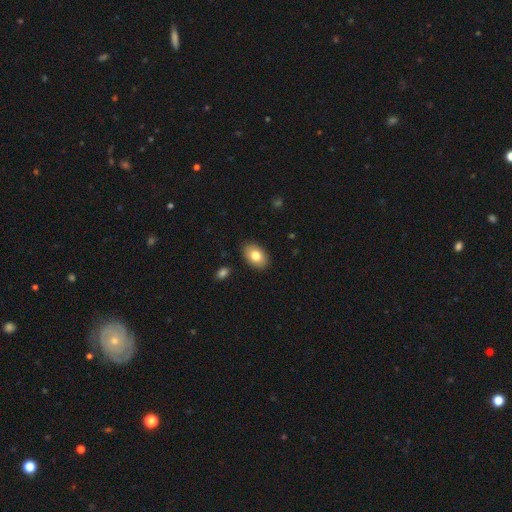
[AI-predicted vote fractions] smooth_or_featured: smooth (p=0.80) [alt: featured or disk p=0.12]
how_rounded: in between (p=0.87) [alt: round p=0.12]
merging: none (p=0.88) [alt: minor disturbance p=0.08]